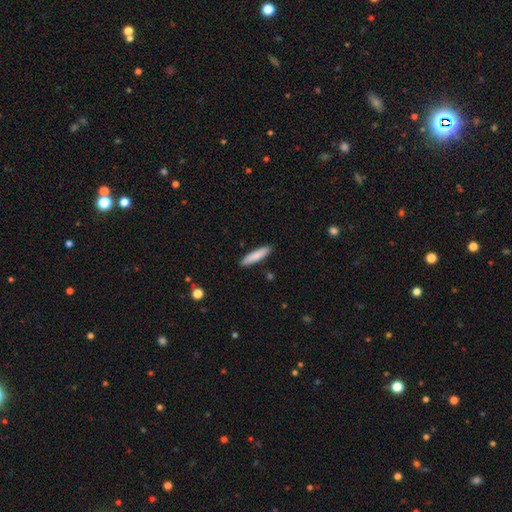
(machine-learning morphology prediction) This appears to be a smooth galaxy with no disk features (84%) that is cigar-shaped (80%). Merging: none (90%).